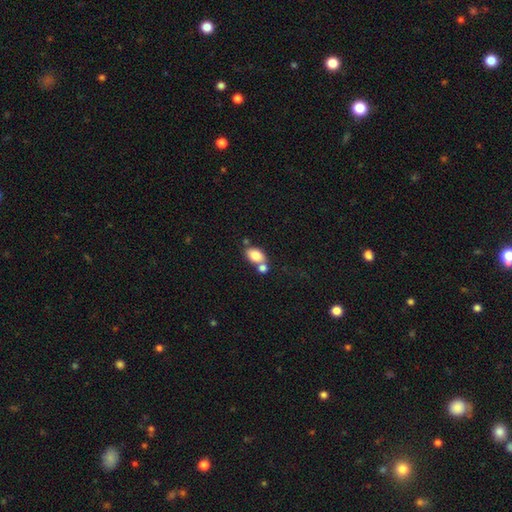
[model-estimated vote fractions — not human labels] Overall: smooth (81%). How rounded: in between (84%). Merging: none (50%; merger 34%).